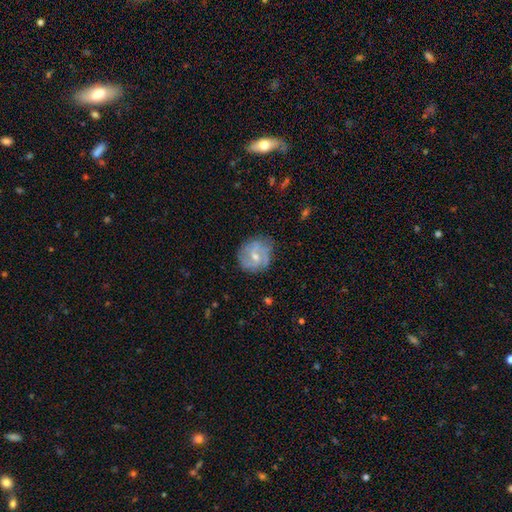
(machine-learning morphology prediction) smooth_or_featured: featured or disk (p=0.69) [alt: smooth p=0.24]
disk_edge_on: no (p=0.97) [alt: yes p=0.03]
bar: weak (p=0.54) [alt: no p=0.32]
has_spiral_arms: yes (p=0.86) [alt: no p=0.14]
spiral_winding: medium (p=0.46) [alt: tight p=0.31]
spiral_arm_count: 2 (p=0.56) [alt: can't tell p=0.21]
bulge_size: small (p=0.51) [alt: moderate p=0.44]
merging: none (p=0.71) [alt: minor disturbance p=0.20]